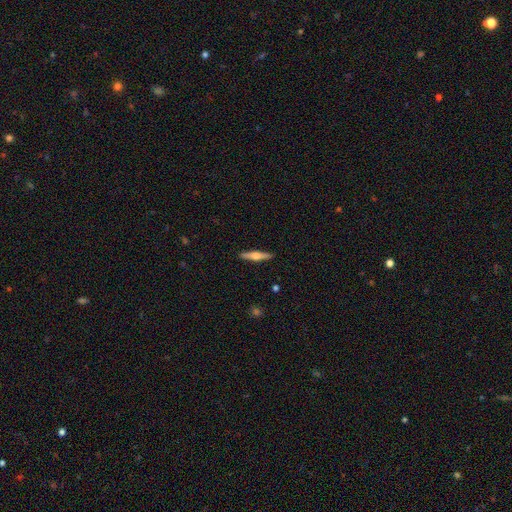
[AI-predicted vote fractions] Overall: featured or disk (59%; smooth 35%). Edge-on disk: yes (97%). Edge-on bulge: rounded (90%). Merging: none (91%).